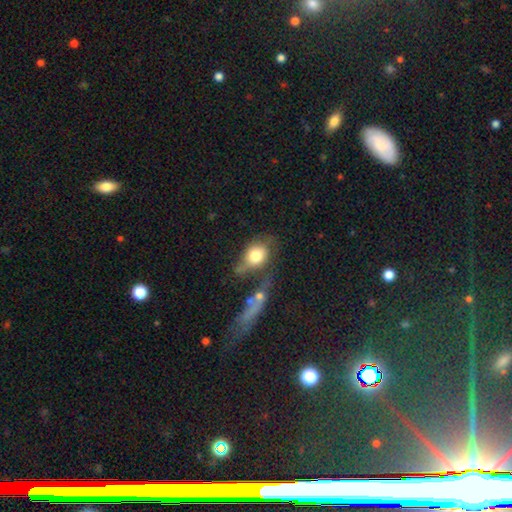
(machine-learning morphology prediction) This appears to be a smooth galaxy with no disk features (72%) that is in between round and cigar-shaped (60%). Merging: none (30%).